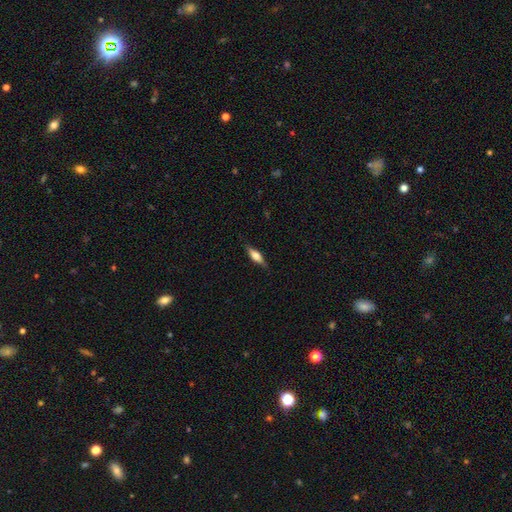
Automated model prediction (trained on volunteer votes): Smooth or featured?
  - smooth: 52% *
  - featured or disk: 41%
  - star or artifact: 7%
How rounded?
  - cigar-shaped: 52% *
  - in between: 46%
  - round: 3%
Merging?
  - none: 84% *
  - minor disturbance: 12%
  - major disturbance: 2%
  - merger: 1%